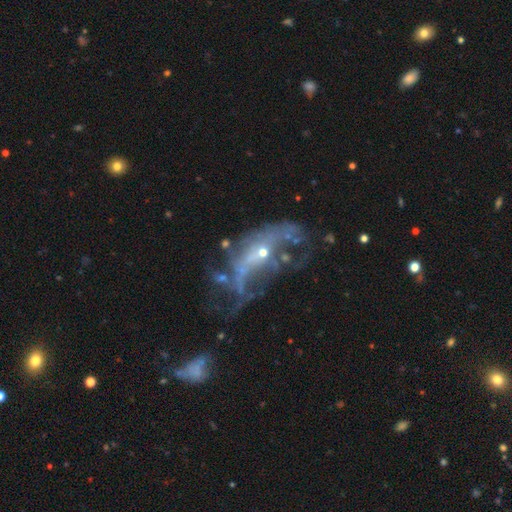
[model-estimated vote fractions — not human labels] This is likely a featured or disk galaxy (69%). It is clearly not viewed edge-on (93%). Bar: likely no (78%). Spiral arm pattern: likely no (69%). Central bulge: likely small (66%). Merging: marginally major disturbance (43%).